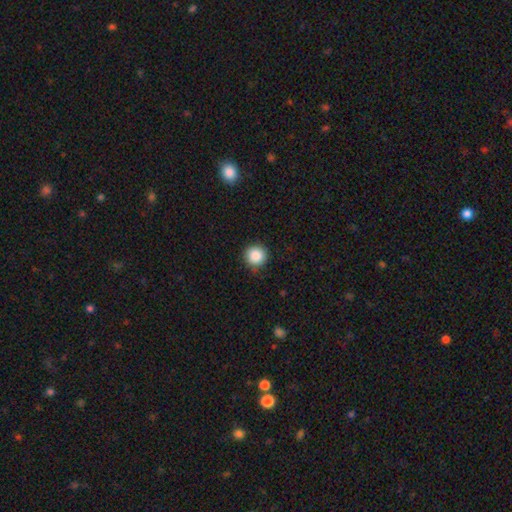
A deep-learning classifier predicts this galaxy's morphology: This appears to be a smooth galaxy with no disk features (88%) that is round (94%). Merging: none (86%).